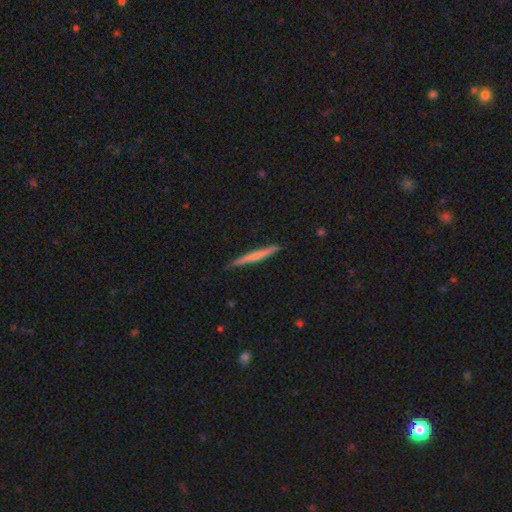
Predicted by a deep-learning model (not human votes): Morphology: type=smooth (58%); roundness=cigar-shaped (96%); merging=none (89%).